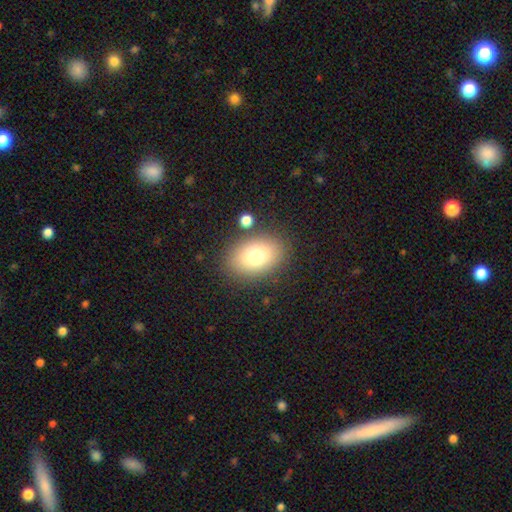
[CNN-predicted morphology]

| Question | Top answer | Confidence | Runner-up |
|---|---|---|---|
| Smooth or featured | smooth | 77% | featured or disk (13%) |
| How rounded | in between | 81% | round (18%) |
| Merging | none | 83% | minor disturbance (10%) |